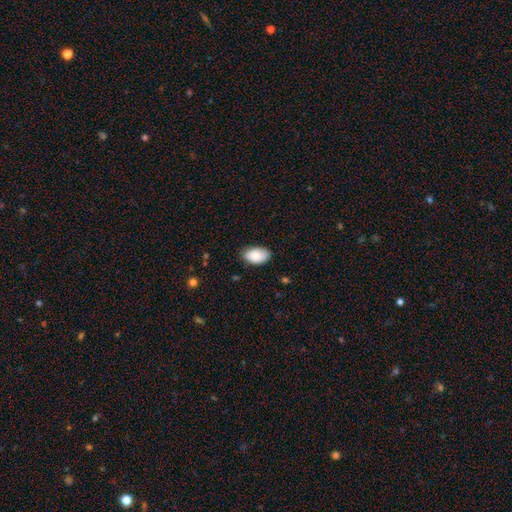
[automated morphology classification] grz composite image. It shows a smooth galaxy with no disk features (87%) that is in between round and cigar-shaped (94%). Merging: none (81%).